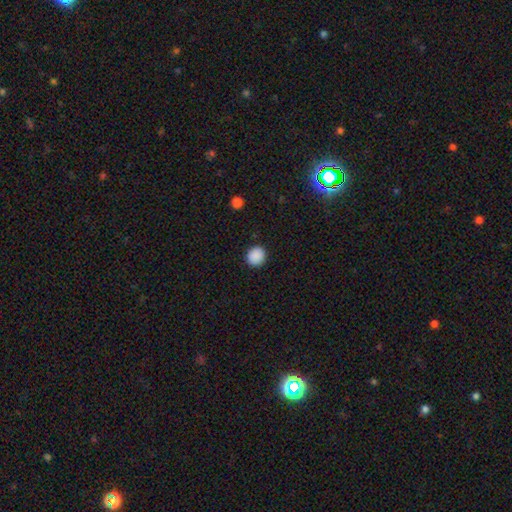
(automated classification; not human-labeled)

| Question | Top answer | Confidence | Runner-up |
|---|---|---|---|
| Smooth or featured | smooth | 89% | star or artifact (9%) |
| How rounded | round | 86% | in between (13%) |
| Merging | none | 91% | minor disturbance (6%) |